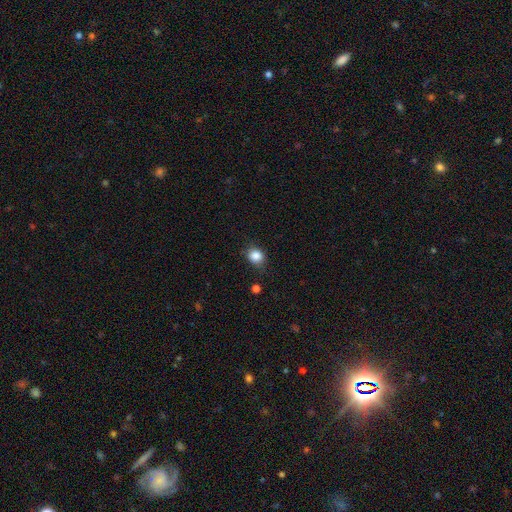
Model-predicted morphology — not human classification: Smooth or featured?
  - smooth: 85% *
  - star or artifact: 10%
  - featured or disk: 5%
How rounded?
  - round: 66% *
  - in between: 33%
  - cigar-shaped: 1%
Merging?
  - none: 75% *
  - minor disturbance: 18%
  - major disturbance: 4%
  - merger: 2%